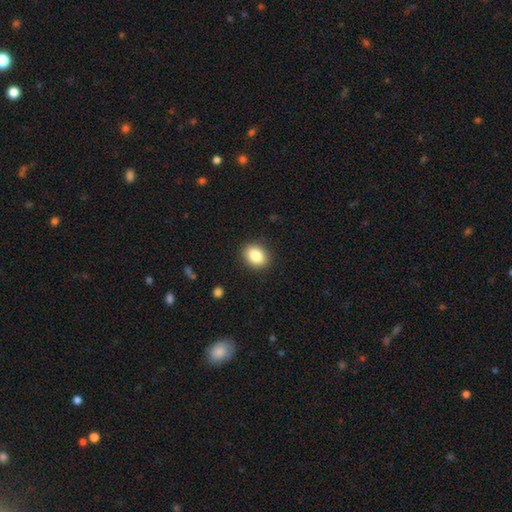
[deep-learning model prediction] The model was most divided on "how rounded": in between: 56%, round: 43%, cigar-shaped: 1%. More confident: merging — none (89%); smooth or featured — smooth (84%).